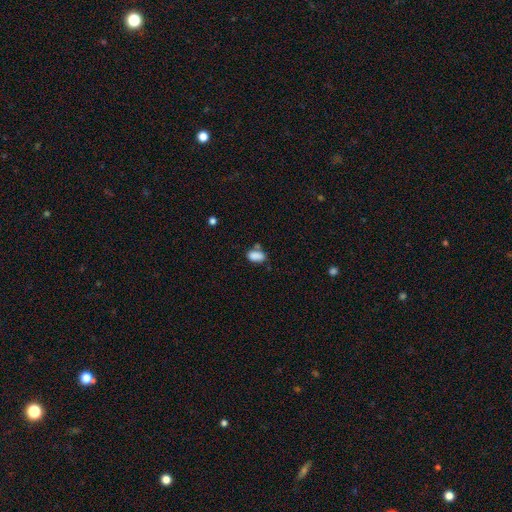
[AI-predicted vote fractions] Smooth or featured? Predicted: smooth (p=0.85). How rounded? Predicted: in between (p=0.90). Merging? Predicted: none (p=0.59).